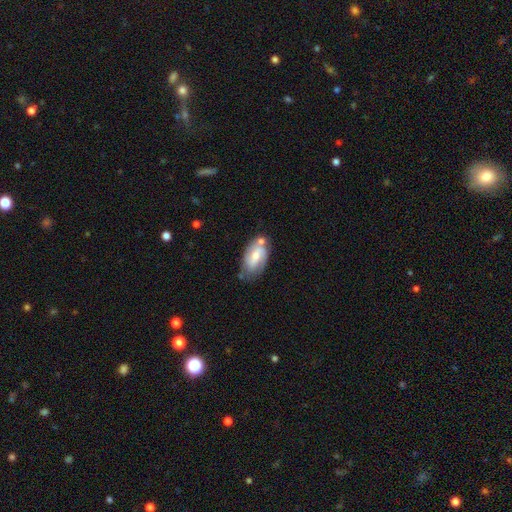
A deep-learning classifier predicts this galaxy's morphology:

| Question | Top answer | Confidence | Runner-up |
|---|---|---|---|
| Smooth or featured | featured or disk | 60% | smooth (34%) |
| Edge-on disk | no | 93% | yes (7%) |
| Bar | weak | 47% | no (37%) |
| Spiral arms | yes | 80% | no (20%) |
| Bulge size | moderate | 54% | small (38%) |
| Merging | none | 54% | minor disturbance (23%) |